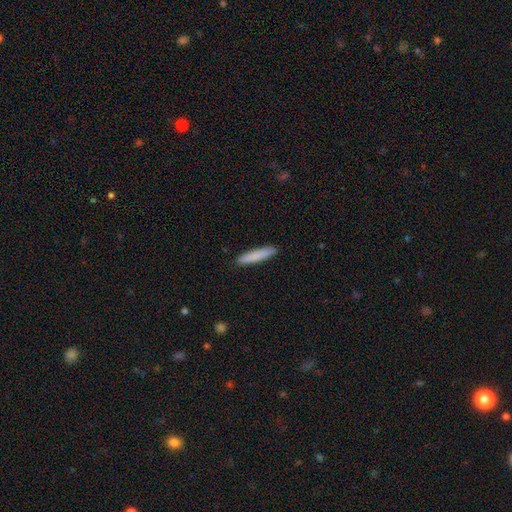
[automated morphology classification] A smooth galaxy with no disk features (84%) that is cigar-shaped (91%).

Vote fractions:
- Smooth or featured? smooth: 84% / featured or disk: 11% / star or artifact: 5%
- How rounded? cigar-shaped: 91% / in between: 8% / round: 1%
- Merging? none: 91% / minor disturbance: 7% / major disturbance: 1% / merger: 1%